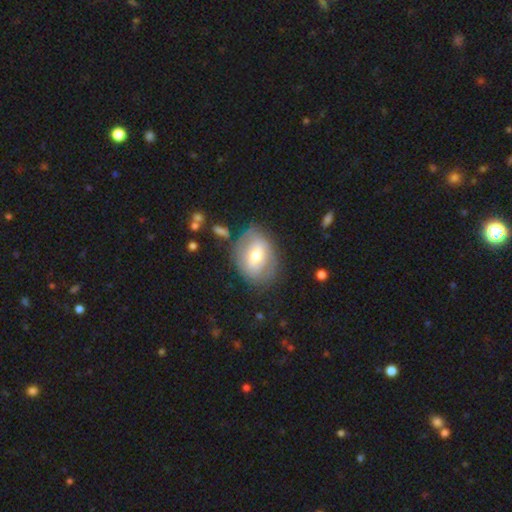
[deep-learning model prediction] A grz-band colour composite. It shows a smooth galaxy with no disk features (48%). Merging: none (71%).